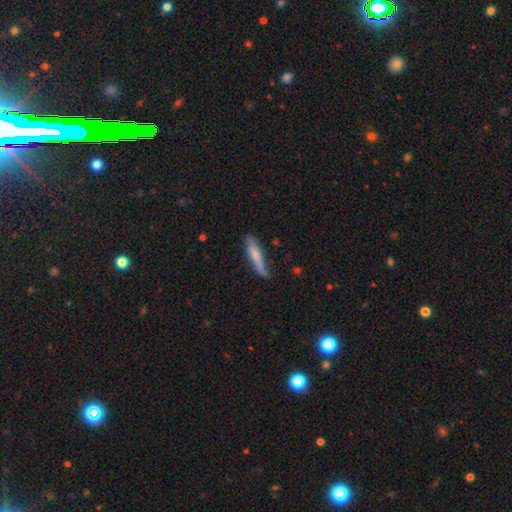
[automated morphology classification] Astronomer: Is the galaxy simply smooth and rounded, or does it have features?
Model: smooth — 68%.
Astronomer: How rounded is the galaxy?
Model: cigar-shaped — 84%.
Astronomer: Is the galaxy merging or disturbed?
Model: none — 57%.